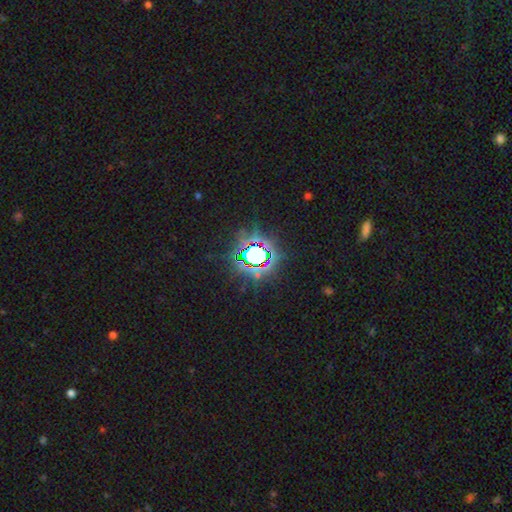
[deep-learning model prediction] A star or artifact, not a galaxy (77%).

Vote fractions:
- Smooth or featured? star or artifact: 77% / smooth: 13% / featured or disk: 9%